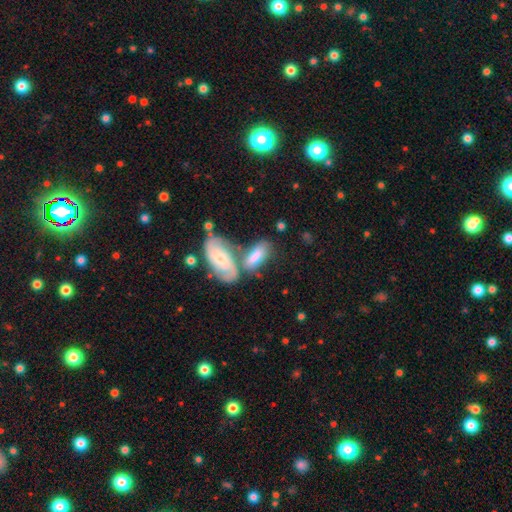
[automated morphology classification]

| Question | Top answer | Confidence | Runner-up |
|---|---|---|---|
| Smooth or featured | smooth | 52% | featured or disk (41%) |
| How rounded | in between | 80% | cigar-shaped (16%) |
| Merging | merger | 46% | none (35%) |